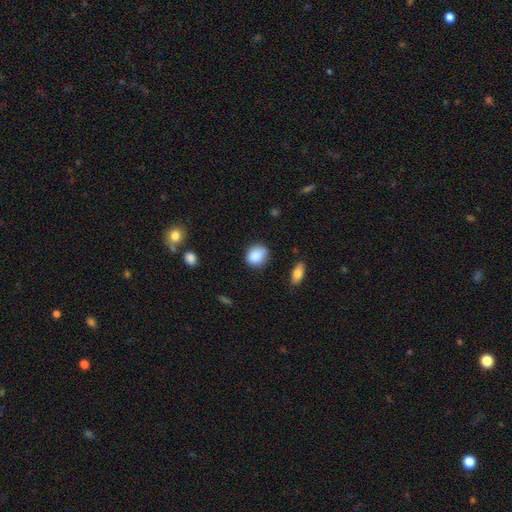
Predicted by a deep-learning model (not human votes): Overall: smooth (87%). How rounded: round (65%; in between 34%). Merging: none (75%).